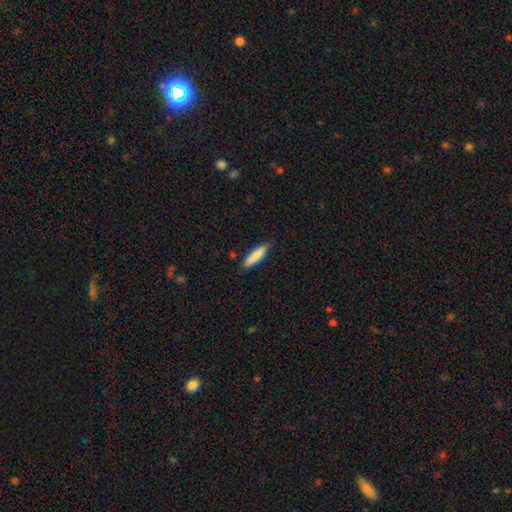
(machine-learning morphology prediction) Q: Smooth or featured?
A: smooth (83%); runner-up: featured or disk (11%)
Q: How rounded?
A: cigar-shaped (81%); runner-up: in between (18%)
Q: Merging?
A: none (87%); runner-up: minor disturbance (10%)